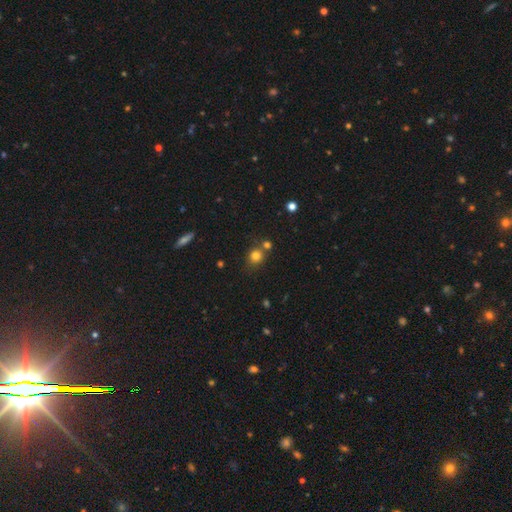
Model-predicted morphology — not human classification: A smooth galaxy with no disk features (79%) that is round (81%). Merging: none (64%).